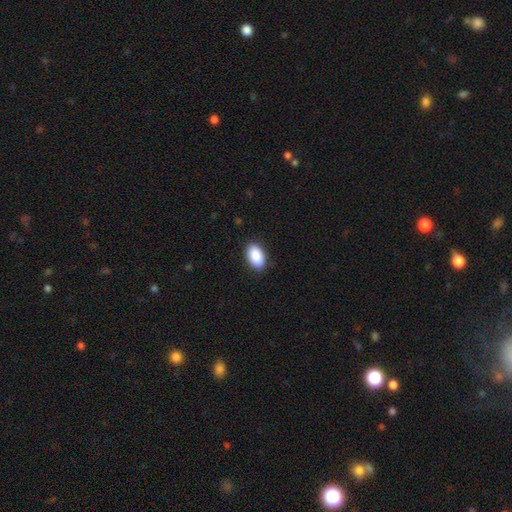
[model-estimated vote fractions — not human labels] Q: Smooth or featured?
A: smooth (90%); runner-up: star or artifact (6%)
Q: How rounded?
A: in between (94%); runner-up: round (5%)
Q: Merging?
A: none (89%); runner-up: minor disturbance (8%)